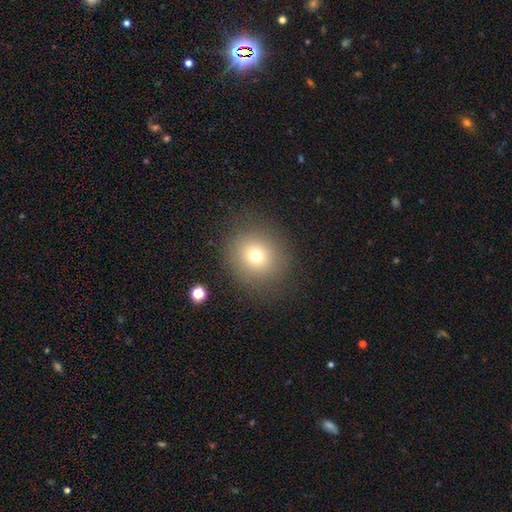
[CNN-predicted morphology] smooth 71%, star or artifact 16%, featured or disk 13%. Down the decision tree: how rounded — round (86%); merging — none (84%).